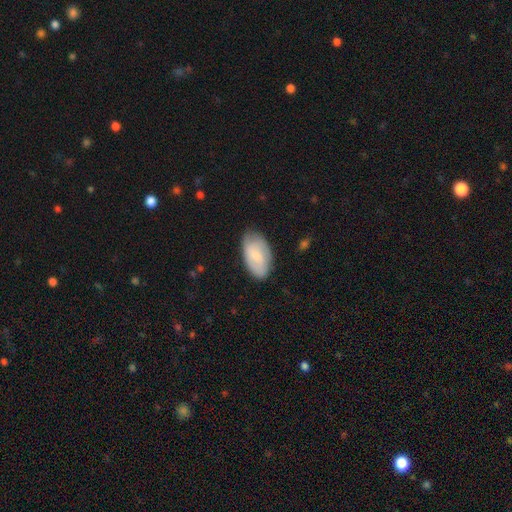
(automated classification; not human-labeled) The model was most divided on "smooth or featured": smooth: 67%, featured or disk: 27%, star or artifact: 6%. More confident: how rounded — in between (94%); merging — none (75%).